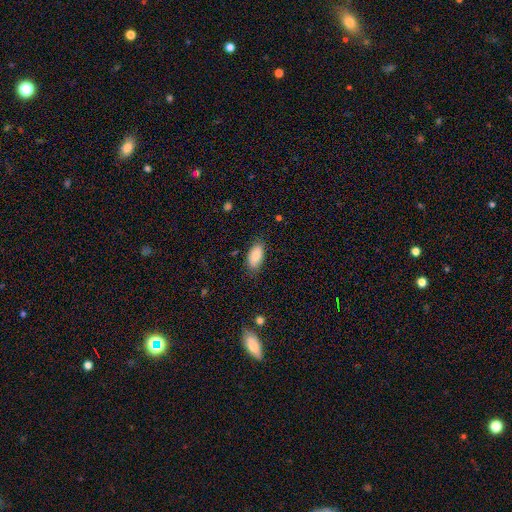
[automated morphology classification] The model was most divided on "merging": none: 79%, minor disturbance: 16%, major disturbance: 4%, merger: 1%. More confident: how rounded — in between (92%); smooth or featured — smooth (86%).